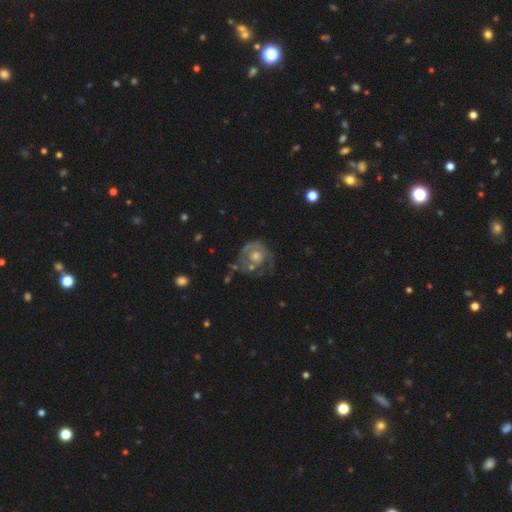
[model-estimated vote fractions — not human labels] Q: Smooth or featured?
A: featured or disk (68%); runner-up: smooth (24%)
Q: Edge-on disk?
A: no (97%); runner-up: yes (3%)
Q: Bar?
A: no (83%); runner-up: weak (14%)
Q: Spiral arms?
A: yes (63%); runner-up: no (37%)
Q: Bulge size?
A: moderate (59%); runner-up: small (26%)
Q: Merging?
A: none (48%); runner-up: major disturbance (23%)